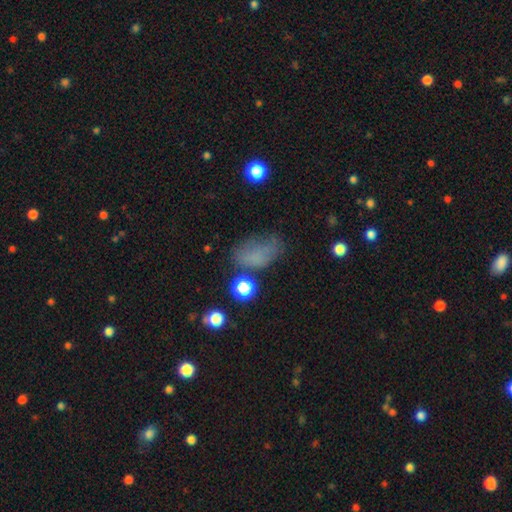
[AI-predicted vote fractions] smooth 65%, star or artifact 19%, featured or disk 16%. Down the decision tree: how rounded — in between (86%); merging — none (50%).